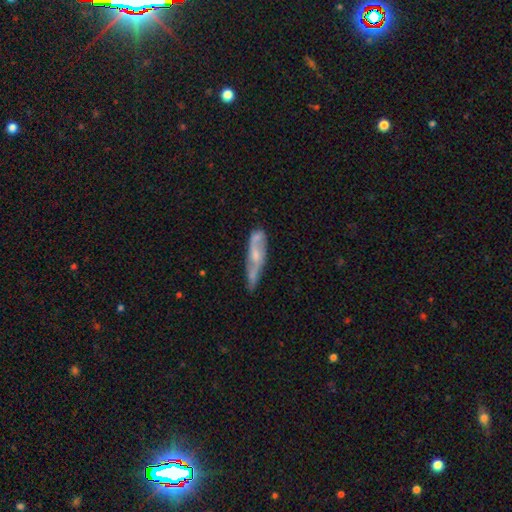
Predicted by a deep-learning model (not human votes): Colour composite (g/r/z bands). It shows a featured or disk galaxy (60%). Merging: none (54%).